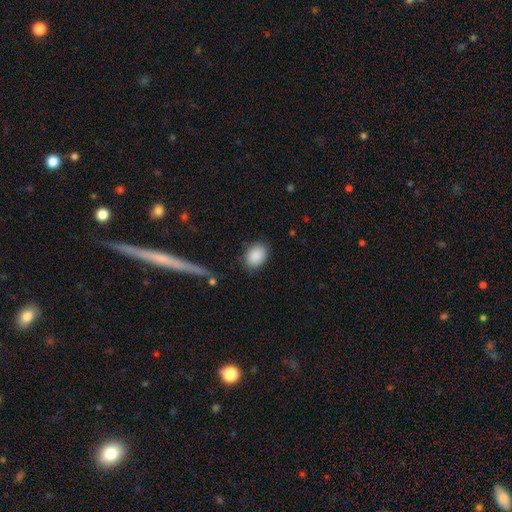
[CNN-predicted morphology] Smooth or featured? smooth (89%)
How rounded? in between (65%)
Merging? none (82%)